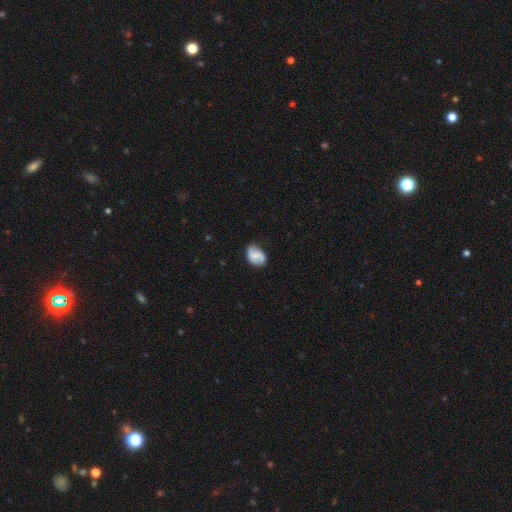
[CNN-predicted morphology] type=smooth (55%); roundness=in between (78%); merging=none (66%).